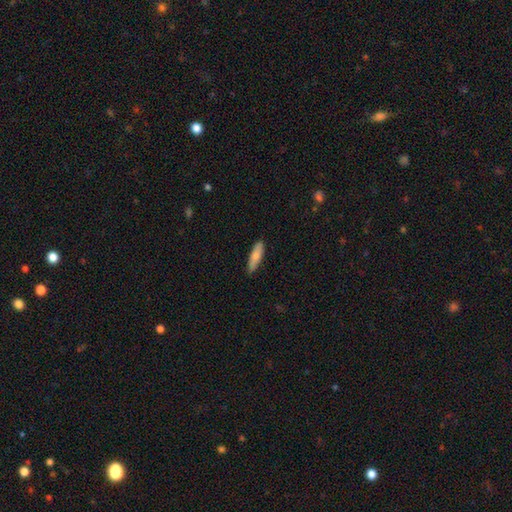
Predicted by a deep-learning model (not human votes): smooth_or_featured: smooth (p=0.80) [alt: featured or disk p=0.15]
how_rounded: cigar-shaped (p=0.63) [alt: in between p=0.36]
merging: none (p=0.86) [alt: minor disturbance p=0.11]